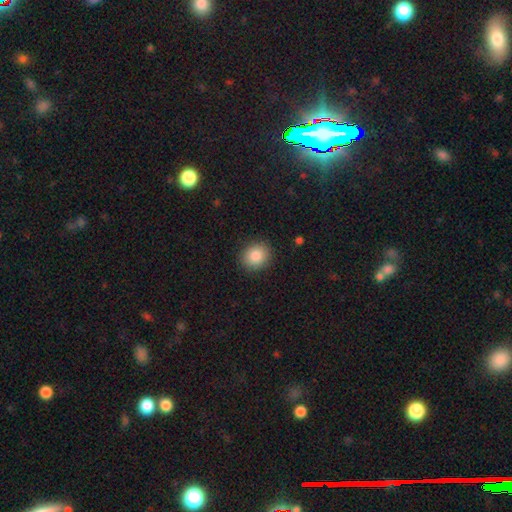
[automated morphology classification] The model was most divided on "how rounded": round: 73%, in between: 26%, cigar-shaped: 1%. More confident: merging — none (89%); smooth or featured — smooth (86%).